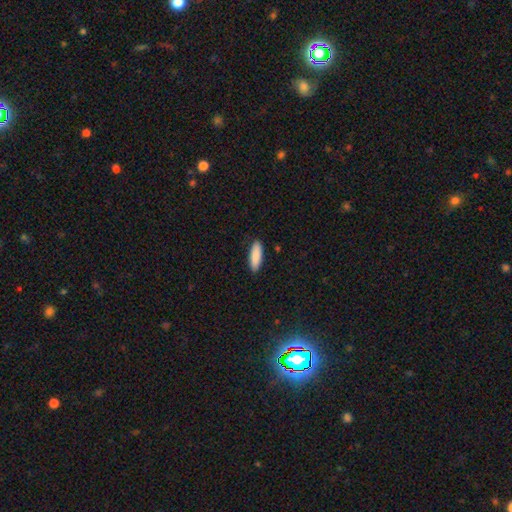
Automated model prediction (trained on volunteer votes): This appears to be a smooth galaxy with no disk features (90%) that is in between round and cigar-shaped (51%). Merging: none (90%).